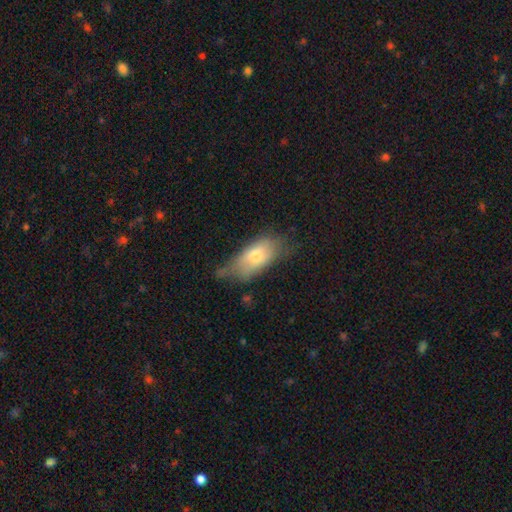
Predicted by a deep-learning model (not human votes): The model was most divided on "merging": none: 43%, minor disturbance: 37%, major disturbance: 17%, merger: 3%. More confident: how rounded — in between (85%); smooth or featured — smooth (66%).